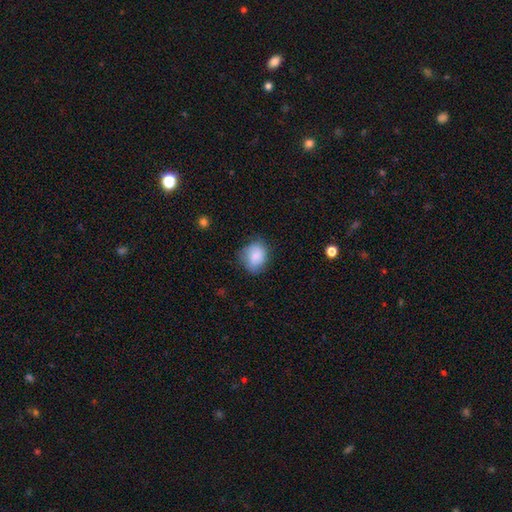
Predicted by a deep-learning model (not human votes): smooth 82%, featured or disk 10%, star or artifact 7%. Down the decision tree: how rounded — in between (50%); merging — none (64%).